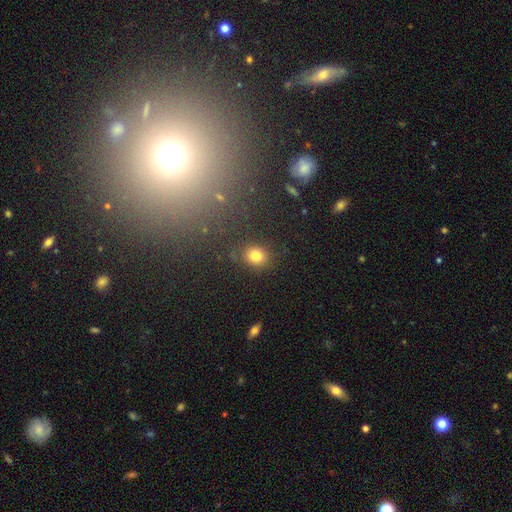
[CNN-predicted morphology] This appears to be a smooth galaxy with no disk features (81%) that is round (70%). Merging: none (83%).